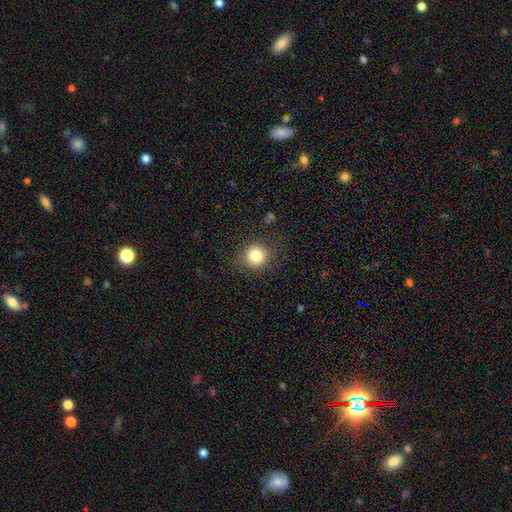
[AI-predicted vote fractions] A smooth galaxy with no disk features (82%) that is round (91%).

Vote fractions:
- Smooth or featured? smooth: 82% / star or artifact: 12% / featured or disk: 6%
- How rounded? round: 91% / in between: 9% / cigar-shaped: 1%
- Merging? none: 87% / minor disturbance: 9% / major disturbance: 3% / merger: 1%